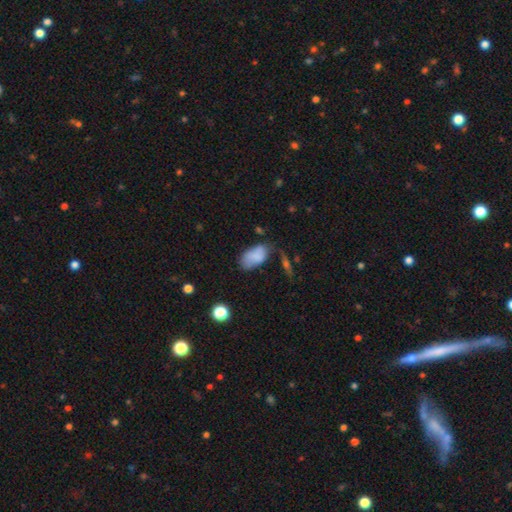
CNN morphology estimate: Overall: smooth (78%). How rounded: in between (94%). Merging: none (47%; minor disturbance 32%).